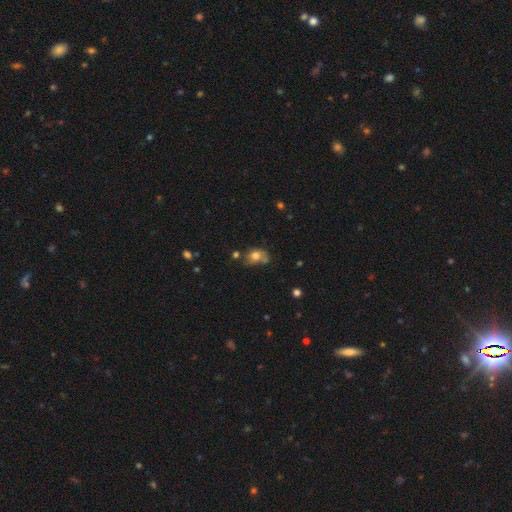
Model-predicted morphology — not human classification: A smooth galaxy with no disk features (70%) that is in between round and cigar-shaped (57%).

Vote fractions:
- Smooth or featured? smooth: 70% / featured or disk: 18% / star or artifact: 12%
- How rounded? in between: 57% / round: 42% / cigar-shaped: 1%
- Merging? none: 41% / minor disturbance: 26% / merger: 20% / major disturbance: 13%